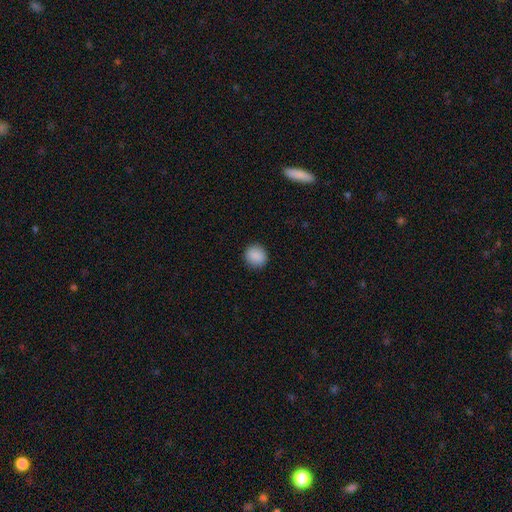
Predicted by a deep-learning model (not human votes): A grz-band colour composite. It shows a smooth galaxy with no disk features (89%) that is round (88%). Merging: none (91%).